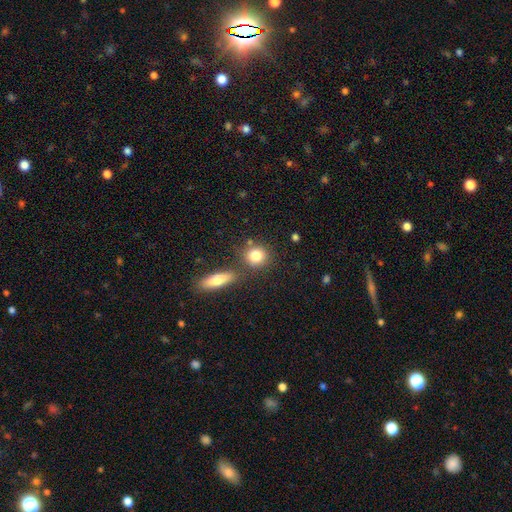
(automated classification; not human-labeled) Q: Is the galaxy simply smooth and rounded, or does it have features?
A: smooth — 82%.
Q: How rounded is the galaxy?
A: round — 78%.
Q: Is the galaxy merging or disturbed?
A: none — 69%.